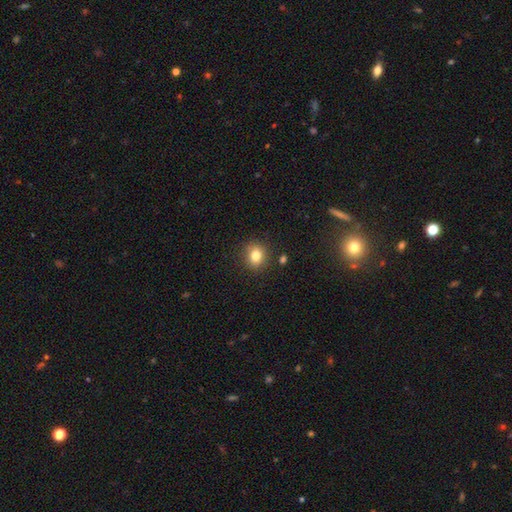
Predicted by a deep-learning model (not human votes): Morphology: type=smooth (81%); roundness=round (78%); merging=none (87%).